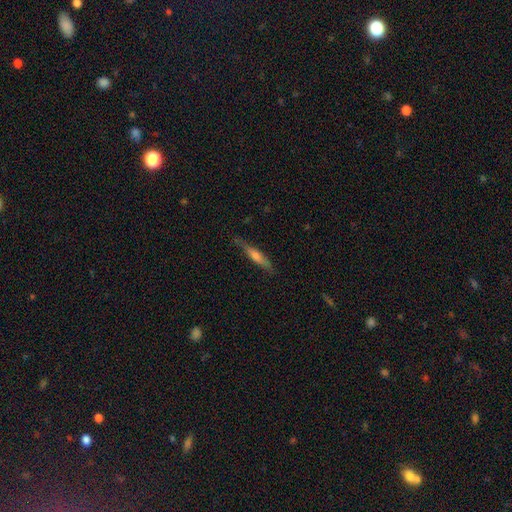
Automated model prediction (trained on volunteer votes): Overall: featured or disk (50%; smooth 44%). Edge-on disk: yes (91%). Merging: none (78%).